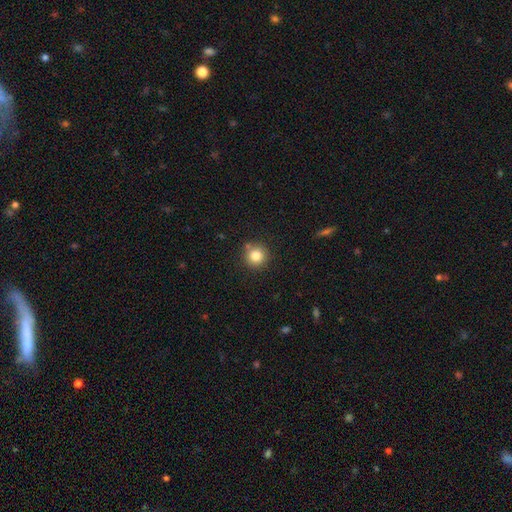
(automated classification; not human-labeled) Smooth or featured? smooth (82%)
How rounded? round (95%)
Merging? none (84%)